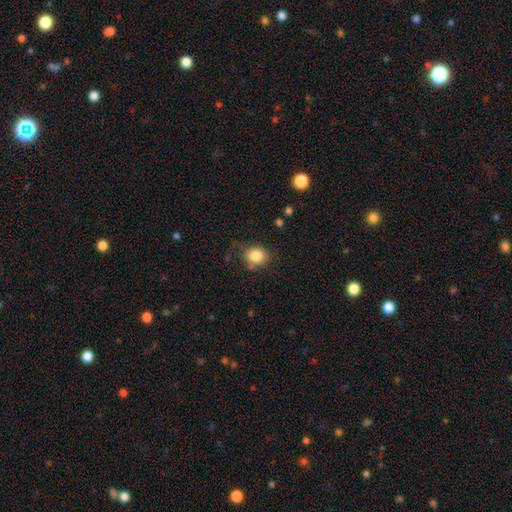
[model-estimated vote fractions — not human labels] Smooth or featured?
  - smooth: 83% *
  - star or artifact: 10%
  - featured or disk: 7%
How rounded?
  - round: 73% *
  - in between: 27%
  - cigar-shaped: 1%
Merging?
  - none: 72% *
  - minor disturbance: 19%
  - major disturbance: 6%
  - merger: 3%